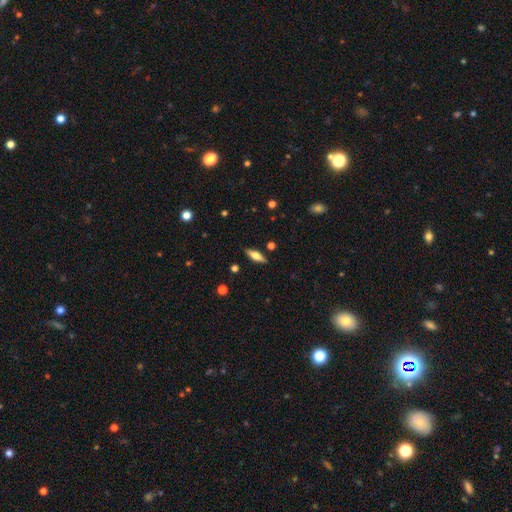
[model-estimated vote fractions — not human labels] Q: Smooth or featured?
A: smooth (55%); runner-up: featured or disk (38%)
Q: How rounded?
A: in between (50%); runner-up: cigar-shaped (48%)
Q: Merging?
A: none (87%); runner-up: minor disturbance (9%)